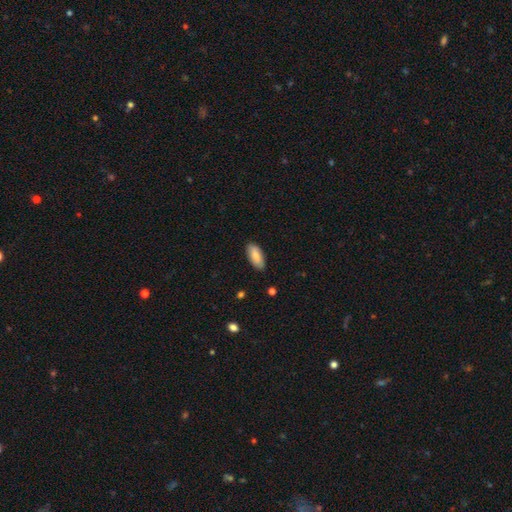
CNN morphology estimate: smooth 84%, featured or disk 10%, star or artifact 6%. Down the decision tree: how rounded — in between (86%); merging — none (88%).